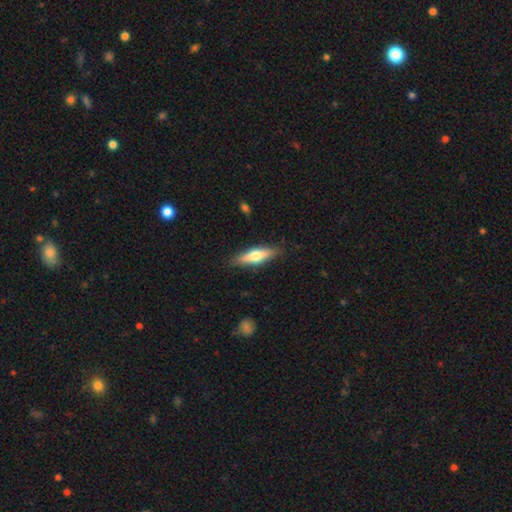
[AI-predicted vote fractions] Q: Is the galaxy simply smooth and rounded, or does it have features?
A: smooth — 57%.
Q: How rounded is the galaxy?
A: cigar-shaped — 61%.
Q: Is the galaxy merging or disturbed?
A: none — 87%.